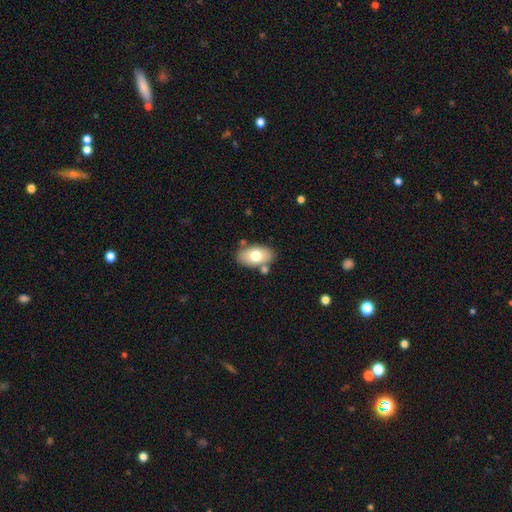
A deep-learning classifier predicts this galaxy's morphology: smooth_or_featured: smooth (p=0.72) [alt: featured or disk p=0.21]
how_rounded: in between (p=0.92) [alt: round p=0.06]
merging: none (p=0.76) [alt: minor disturbance p=0.12]